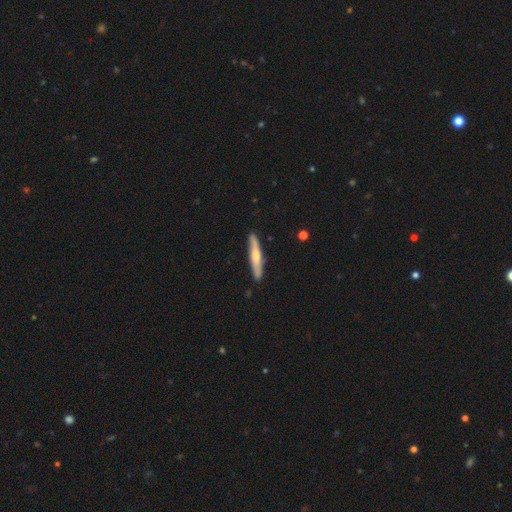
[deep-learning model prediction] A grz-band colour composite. It shows a featured or disk galaxy (48%). Merging: none (87%).